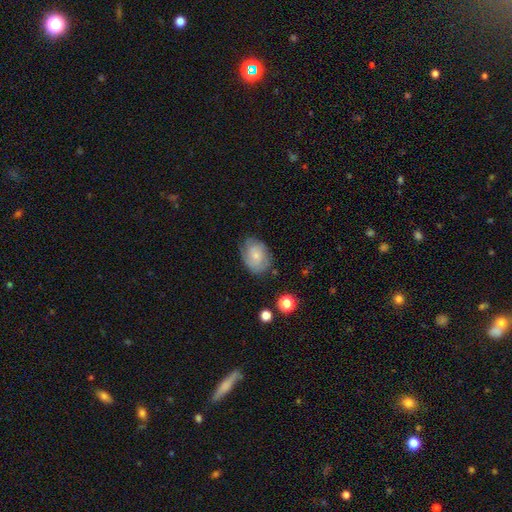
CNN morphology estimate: type=smooth (58%); roundness=in between (70%); merging=none (71%).